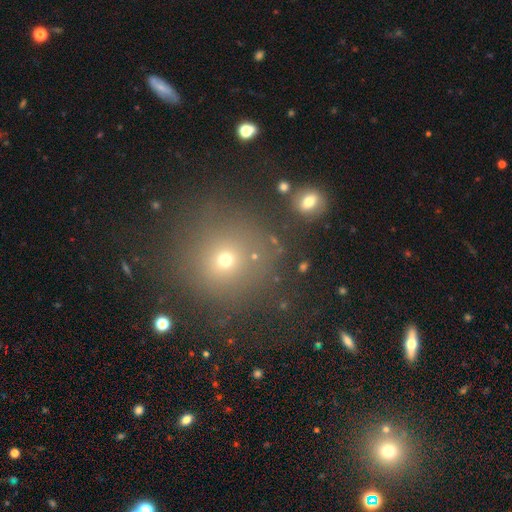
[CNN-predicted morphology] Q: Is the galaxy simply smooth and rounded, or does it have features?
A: smooth — 53%.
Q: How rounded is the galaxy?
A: round — 93%.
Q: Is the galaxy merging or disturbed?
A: none — 83%.